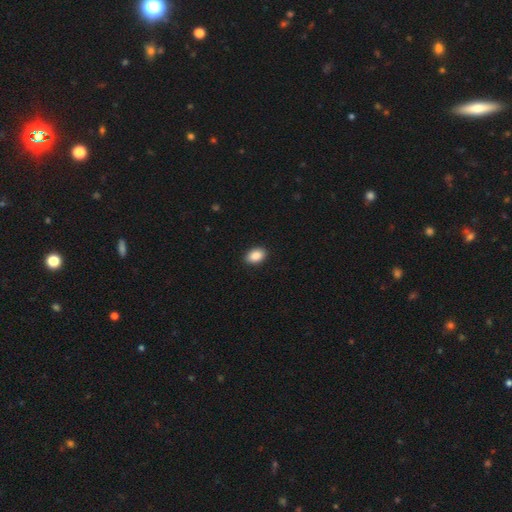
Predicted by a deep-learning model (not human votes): Q: Smooth or featured?
A: smooth (89%); runner-up: star or artifact (7%)
Q: How rounded?
A: in between (86%); runner-up: round (13%)
Q: Merging?
A: none (89%); runner-up: minor disturbance (8%)